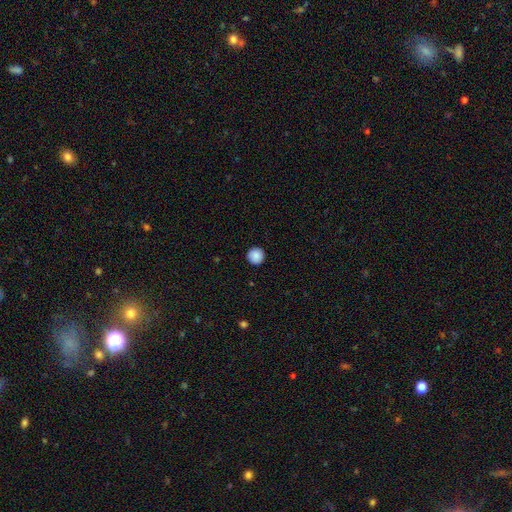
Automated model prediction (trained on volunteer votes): This appears to be a smooth galaxy with no disk features (89%) that is round (96%). Merging: none (92%).